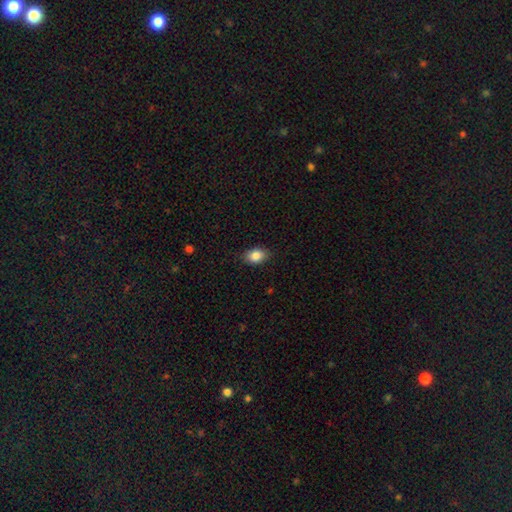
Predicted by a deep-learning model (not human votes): Smooth or featured: smooth — 86% (star or artifact — 8%)
How rounded: in between — 80% (round — 19%)
Merging: none — 85% (minor disturbance — 12%)